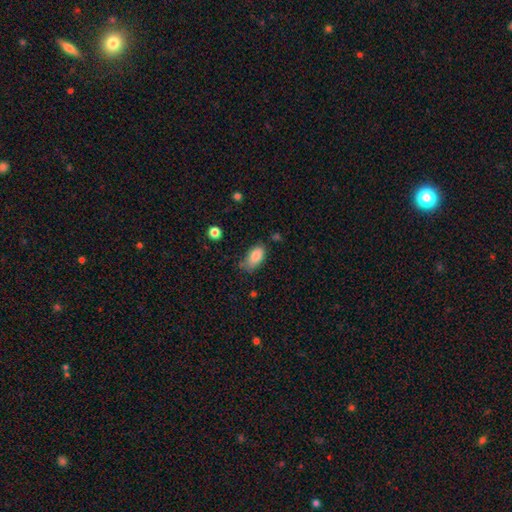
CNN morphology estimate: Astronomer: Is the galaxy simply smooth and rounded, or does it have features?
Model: smooth — 86%.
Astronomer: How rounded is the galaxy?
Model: in between — 92%.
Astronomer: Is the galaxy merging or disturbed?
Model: none — 65%.